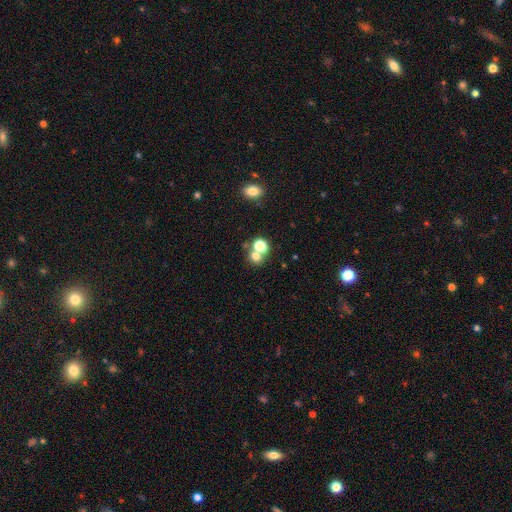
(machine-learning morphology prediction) This appears to be a smooth galaxy with no disk features (70%) that is round (78%). Merging: none (47%).